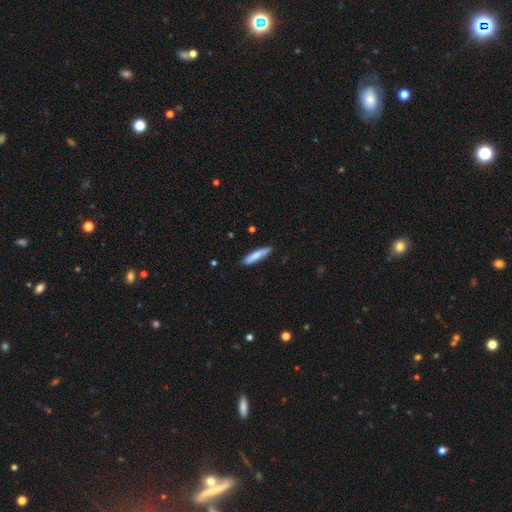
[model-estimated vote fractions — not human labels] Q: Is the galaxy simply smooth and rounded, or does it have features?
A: smooth — 79%.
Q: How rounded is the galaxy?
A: cigar-shaped — 85%.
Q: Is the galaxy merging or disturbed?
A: none — 88%.